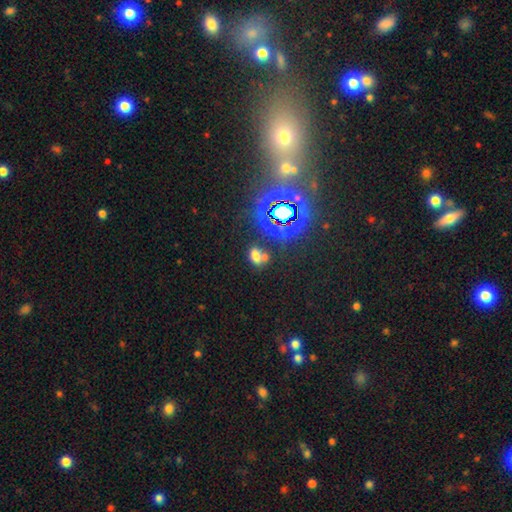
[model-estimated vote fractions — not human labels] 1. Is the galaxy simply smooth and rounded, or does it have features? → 59% smooth, 29% star or artifact, 12% featured or disk.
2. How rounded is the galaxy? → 74% in between, 23% round, 2% cigar-shaped.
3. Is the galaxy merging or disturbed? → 47% none, 34% merger, 13% minor disturbance, 7% major disturbance.